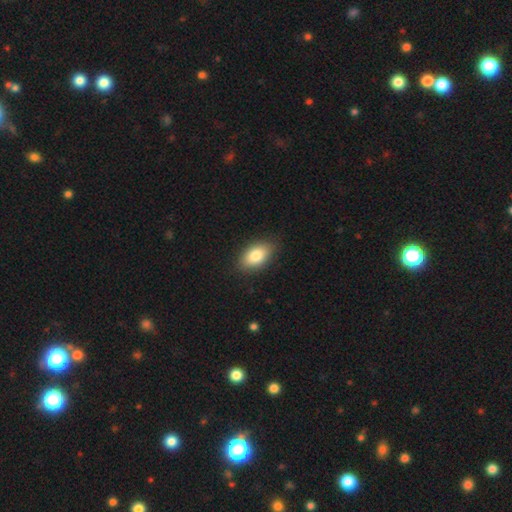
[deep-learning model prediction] Smooth or featured?
  - smooth: 82% *
  - featured or disk: 11%
  - star or artifact: 7%
How rounded?
  - in between: 91% *
  - round: 7%
  - cigar-shaped: 3%
Merging?
  - none: 86% *
  - minor disturbance: 11%
  - major disturbance: 2%
  - merger: 1%